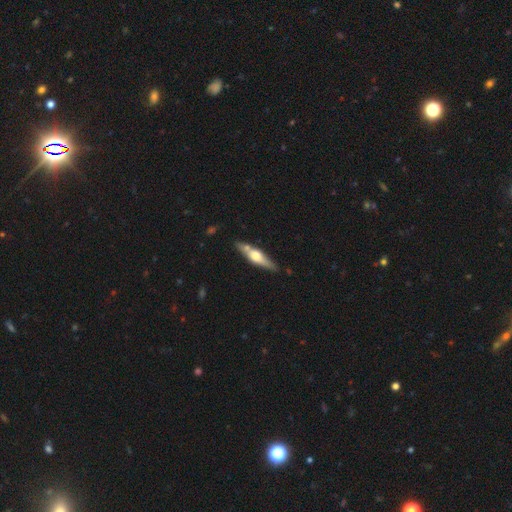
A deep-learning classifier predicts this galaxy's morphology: Overall: featured or disk (62%; smooth 32%). Edge-on disk: yes (93%). Edge-on bulge: rounded (92%). Merging: none (78%).